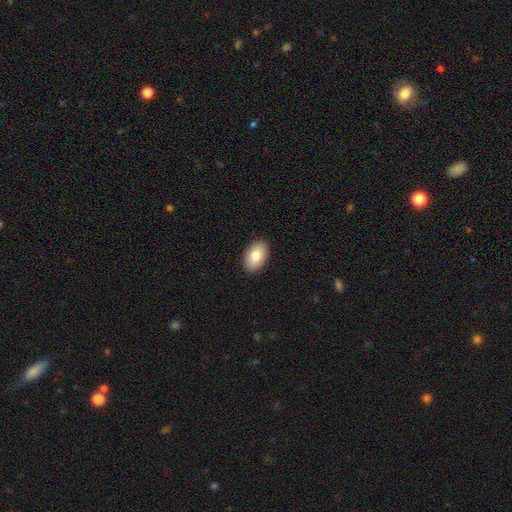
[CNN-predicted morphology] smooth-or-featured: smooth: 82% | featured or disk: 11% | star or artifact: 7%
  how-rounded: in between: 92% | round: 7% | cigar-shaped: 1%
  merging: none: 90% | minor disturbance: 8% | major disturbance: 2% | merger: 1%